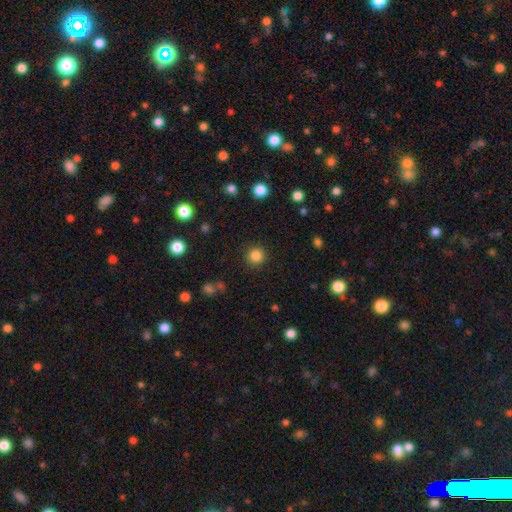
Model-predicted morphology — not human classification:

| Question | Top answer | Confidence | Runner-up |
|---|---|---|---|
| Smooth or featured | smooth | 84% | star or artifact (12%) |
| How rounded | round | 94% | in between (5%) |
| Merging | none | 90% | minor disturbance (6%) |